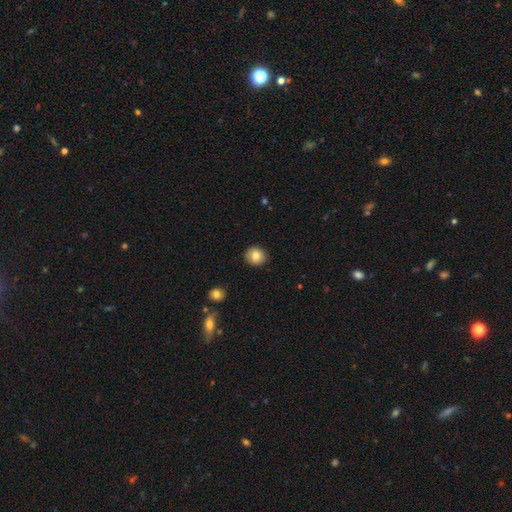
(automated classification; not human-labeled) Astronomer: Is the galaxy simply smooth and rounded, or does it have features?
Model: smooth — 83%.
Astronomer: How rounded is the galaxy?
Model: round — 86%.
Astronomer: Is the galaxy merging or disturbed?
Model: none — 90%.